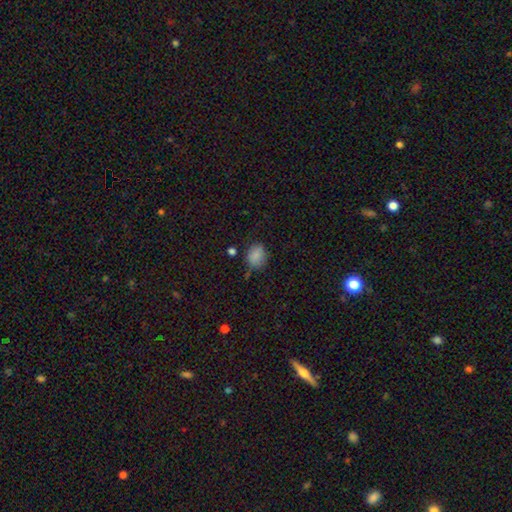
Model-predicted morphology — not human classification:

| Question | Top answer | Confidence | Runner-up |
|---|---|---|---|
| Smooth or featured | smooth | 84% | star or artifact (10%) |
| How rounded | round | 53% | in between (46%) |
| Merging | none | 66% | minor disturbance (23%) |